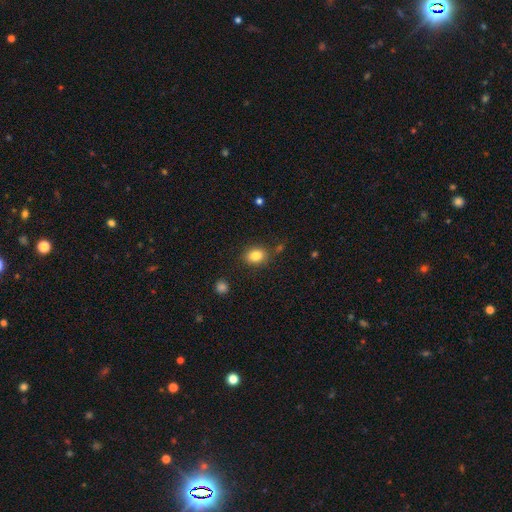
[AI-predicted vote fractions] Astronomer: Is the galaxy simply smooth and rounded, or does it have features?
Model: smooth — 84%.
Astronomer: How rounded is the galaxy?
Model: in between — 57% (runner-up: round, 42%).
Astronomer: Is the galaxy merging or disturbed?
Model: none — 81%.